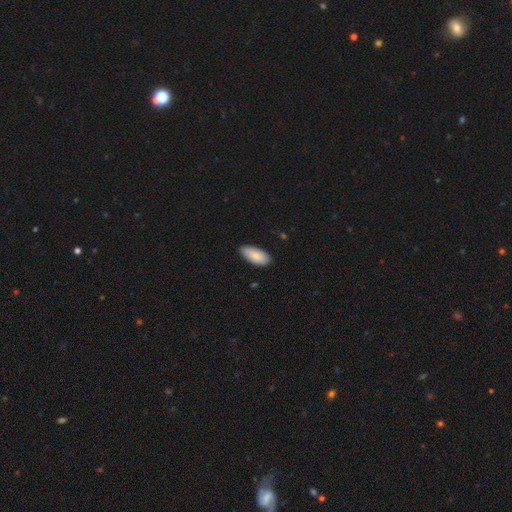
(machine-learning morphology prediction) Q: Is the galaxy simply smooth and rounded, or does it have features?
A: smooth — 87%.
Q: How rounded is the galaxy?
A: in between — 90%.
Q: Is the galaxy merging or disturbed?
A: none — 84%.